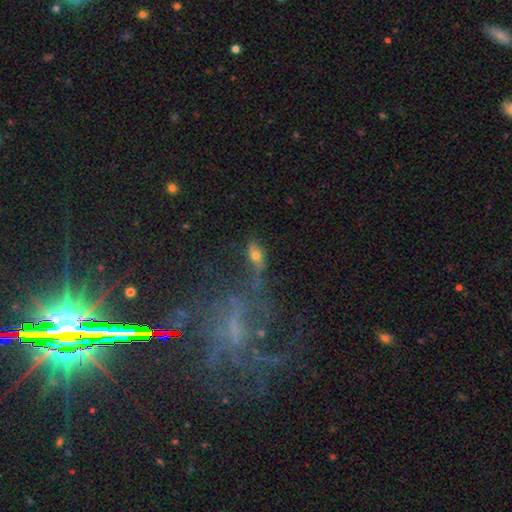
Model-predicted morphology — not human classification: type=smooth (56%); roundness=in between (76%); merging=none (47%).